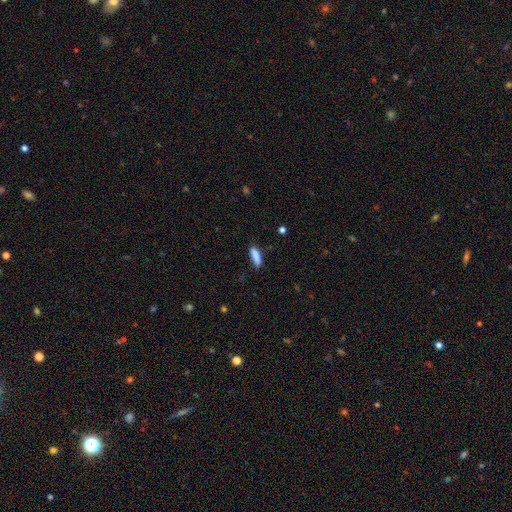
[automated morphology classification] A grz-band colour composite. It shows a smooth galaxy with no disk features (86%) that is cigar-shaped (59%). Merging: none (74%).